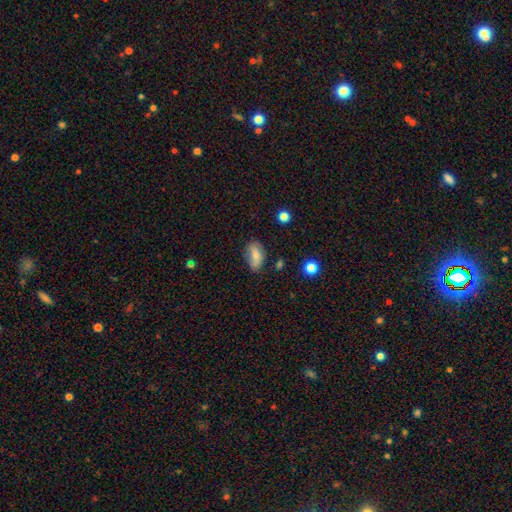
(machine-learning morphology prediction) type=smooth (74%); roundness=in between (90%); merging=none (69%).